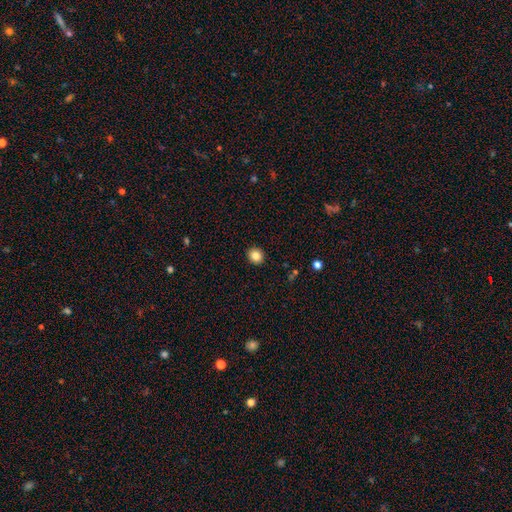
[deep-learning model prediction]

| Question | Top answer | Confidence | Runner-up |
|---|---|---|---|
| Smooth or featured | smooth | 84% | star or artifact (10%) |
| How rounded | round | 81% | in between (18%) |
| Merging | none | 92% | minor disturbance (5%) |